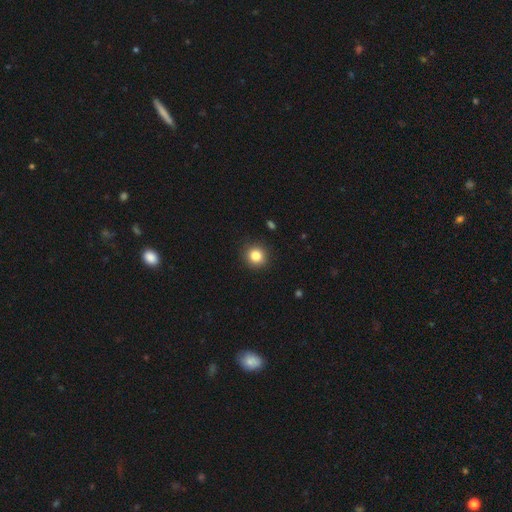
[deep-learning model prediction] A smooth galaxy with no disk features (84%) that is round (90%). Merging: none (90%).